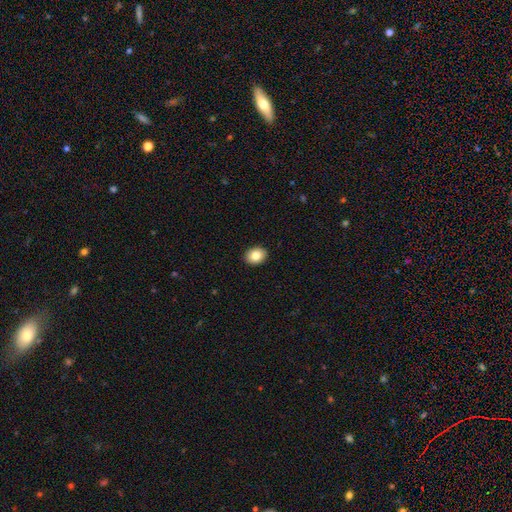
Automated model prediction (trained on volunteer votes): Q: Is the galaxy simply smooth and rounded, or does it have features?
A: smooth — 83%.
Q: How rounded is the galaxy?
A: in between — 62%.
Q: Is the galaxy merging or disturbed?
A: none — 92%.